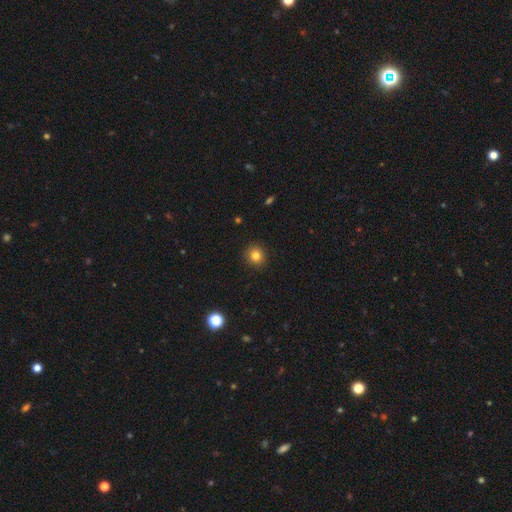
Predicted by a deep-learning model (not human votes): smooth_or_featured: smooth (p=0.82) [alt: star or artifact p=0.12]
how_rounded: round (p=0.90) [alt: in between p=0.09]
merging: none (p=0.91) [alt: minor disturbance p=0.06]